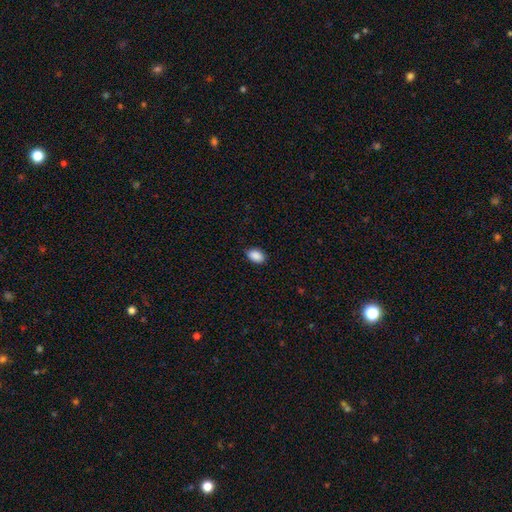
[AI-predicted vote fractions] Overall: smooth (90%). How rounded: in between (87%). Merging: none (85%).